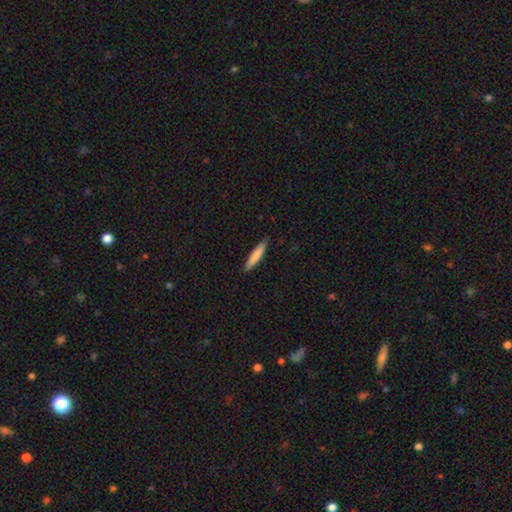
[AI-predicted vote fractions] Smooth or featured? Predicted: smooth (p=0.78). How rounded? Predicted: cigar-shaped (p=0.88). Merging? Predicted: none (p=0.89).